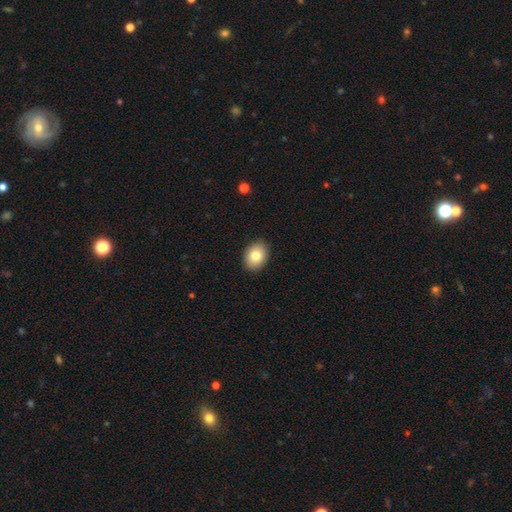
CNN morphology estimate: A smooth galaxy with no disk features (83%) that is in between round and cigar-shaped (74%). Merging: none (90%).